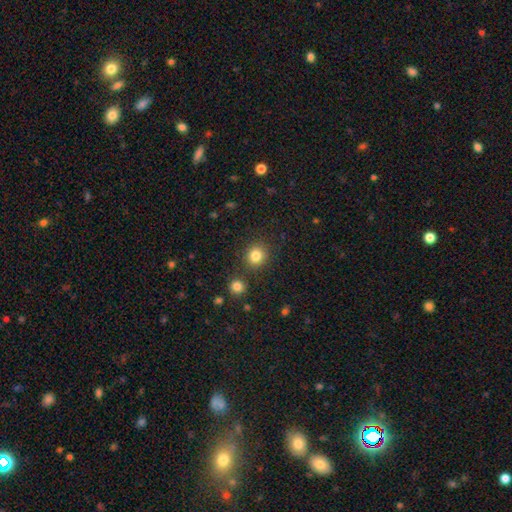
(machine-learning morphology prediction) smooth 83%, star or artifact 12%, featured or disk 5%. Down the decision tree: how rounded — round (86%); merging — none (84%).